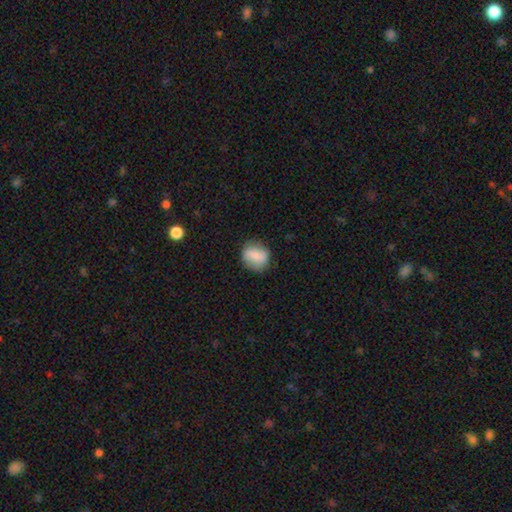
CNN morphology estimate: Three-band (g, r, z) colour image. It shows a smooth galaxy with no disk features (76%) that is round (70%). Merging: none (80%).